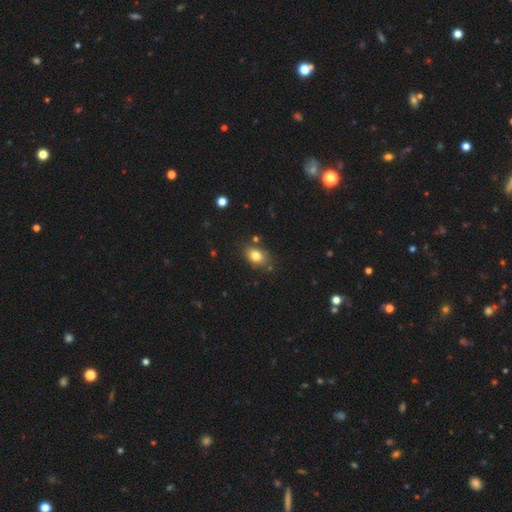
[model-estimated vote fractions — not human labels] A smooth galaxy with no disk features (80%) that is in between round and cigar-shaped (78%). Merging: none (79%).